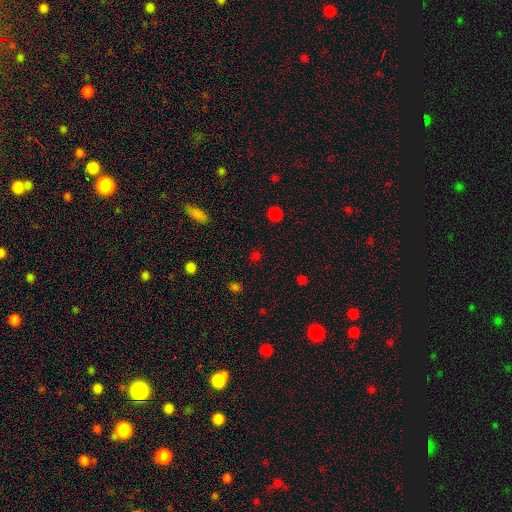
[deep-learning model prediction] Smooth or featured: smooth — 56% (star or artifact — 38%)
How rounded: round — 80% (in between — 18%)
Merging: none — 84% (minor disturbance — 9%)